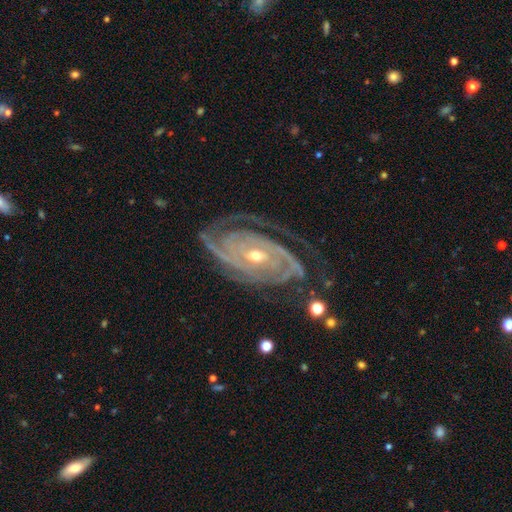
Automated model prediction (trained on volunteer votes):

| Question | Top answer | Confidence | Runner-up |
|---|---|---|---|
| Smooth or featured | featured or disk | 93% | star or artifact (5%) |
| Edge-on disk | no | 96% | yes (4%) |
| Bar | no | 57% | weak (24%) |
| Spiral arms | yes | 99% | no (1%) |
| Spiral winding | tight | 79% | medium (18%) |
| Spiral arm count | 3 | 31% | 2 (26%) |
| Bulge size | small | 53% | moderate (45%) |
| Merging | none | 75% | minor disturbance (16%) |